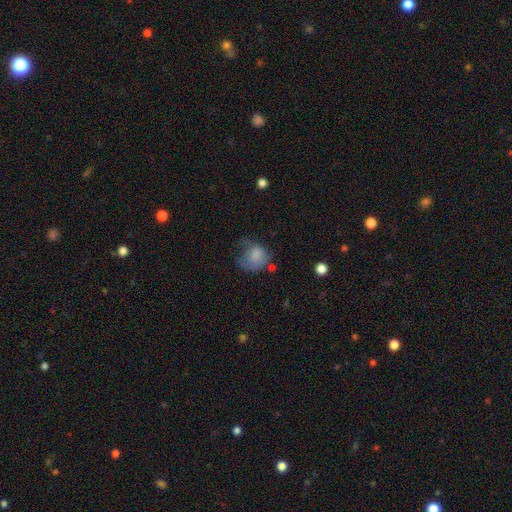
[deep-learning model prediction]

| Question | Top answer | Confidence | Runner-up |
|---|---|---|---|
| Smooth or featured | smooth | 75% | featured or disk (16%) |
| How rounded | round | 64% | in between (35%) |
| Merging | major disturbance | 34% | minor disturbance (31%) |